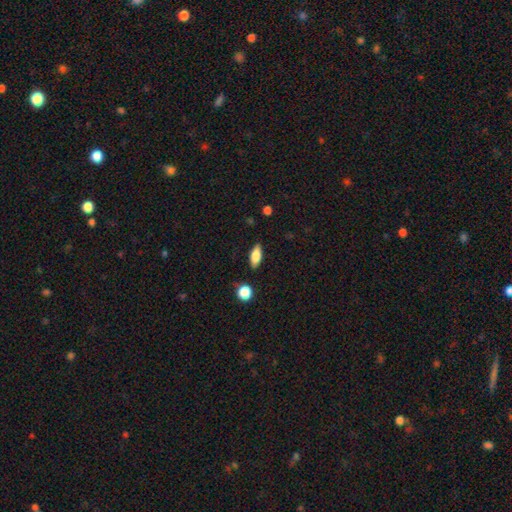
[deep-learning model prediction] Smooth or featured? smooth (76%)
How rounded? in between (80%)
Merging? none (85%)